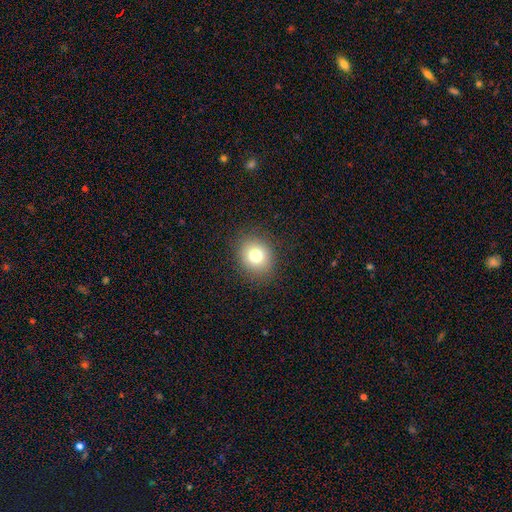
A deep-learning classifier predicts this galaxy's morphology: Overall: smooth (78%). How rounded: round (76%). Merging: none (89%).